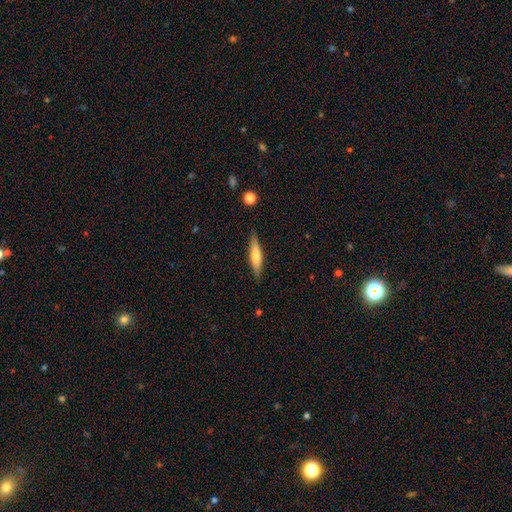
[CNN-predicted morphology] Overall: smooth (54%; featured or disk 40%). How rounded: cigar-shaped (82%). Merging: none (86%).